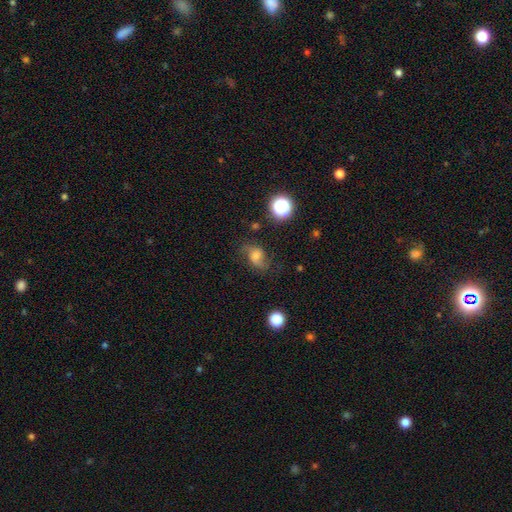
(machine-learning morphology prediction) Q: Smooth or featured?
A: featured or disk (59%); runner-up: smooth (27%)
Q: Edge-on disk?
A: no (97%); runner-up: yes (3%)
Q: Bar?
A: no (57%); runner-up: weak (35%)
Q: Spiral arms?
A: yes (91%); runner-up: no (9%)
Q: Spiral winding?
A: loose (58%); runner-up: medium (33%)
Q: Spiral arm count?
A: 2 (87%); runner-up: 1 (5%)
Q: Bulge size?
A: moderate (38%); runner-up: small (30%)
Q: Merging?
A: none (66%); runner-up: minor disturbance (20%)